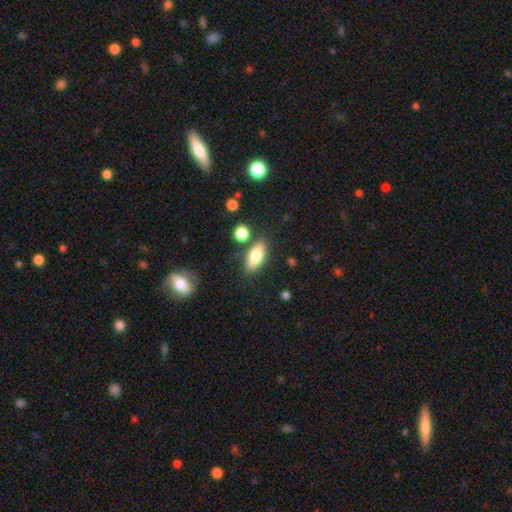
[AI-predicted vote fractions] Smooth or featured? Predicted: smooth (p=0.76). How rounded? Predicted: in between (p=0.78). Merging? Predicted: none (p=0.79).